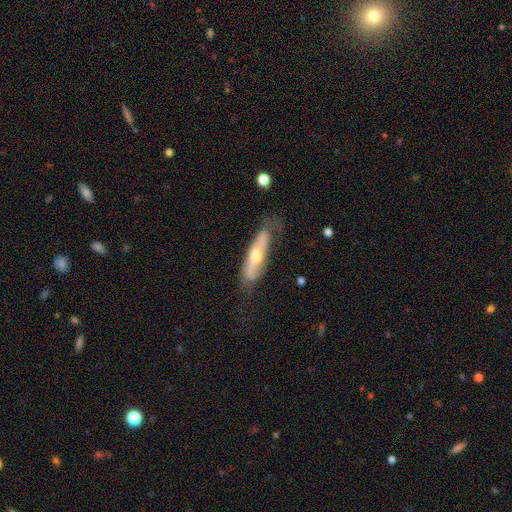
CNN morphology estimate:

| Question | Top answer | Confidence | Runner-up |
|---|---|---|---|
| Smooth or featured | featured or disk | 55% | smooth (39%) |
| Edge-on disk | no | 53% | yes (47%) |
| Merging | none | 57% | minor disturbance (27%) |